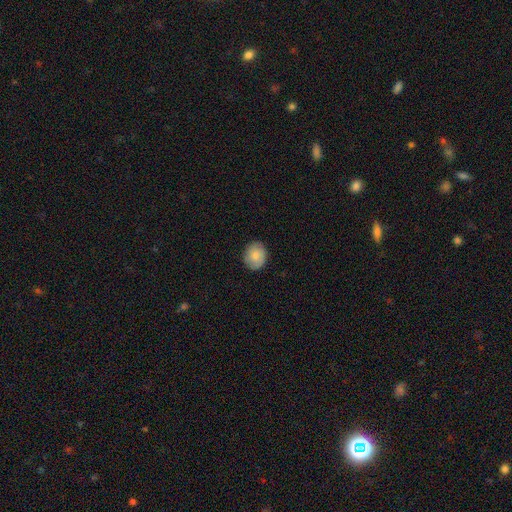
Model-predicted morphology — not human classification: This appears to be a smooth galaxy with no disk features (77%) that is round (67%). Merging: none (85%).